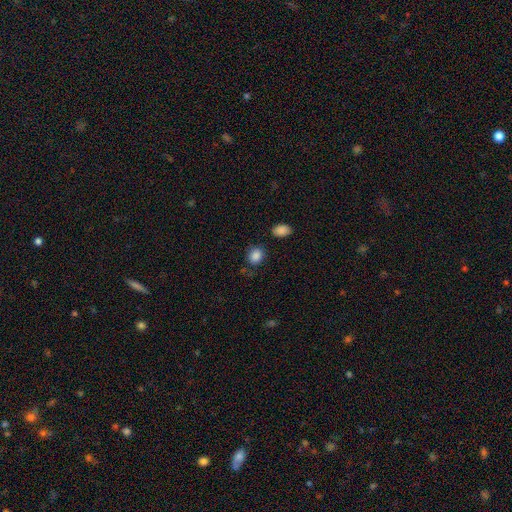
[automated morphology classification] Smooth or featured? Predicted: smooth (p=0.87). How rounded? Predicted: round (p=0.58). Merging? Predicted: none (p=0.80).